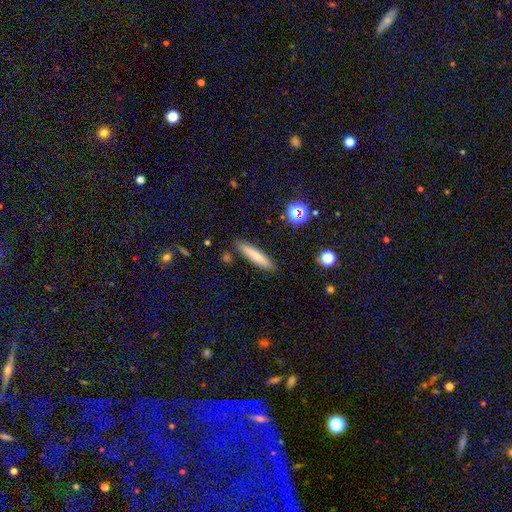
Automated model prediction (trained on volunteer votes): smooth_or_featured: smooth (p=0.77) [alt: featured or disk p=0.15]
how_rounded: cigar-shaped (p=0.87) [alt: in between p=0.12]
merging: none (p=0.87) [alt: minor disturbance p=0.09]